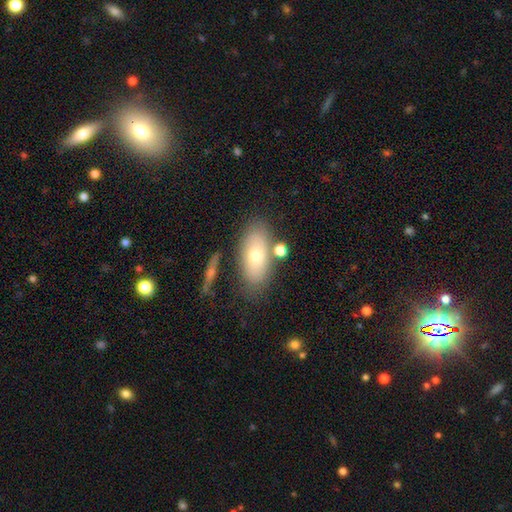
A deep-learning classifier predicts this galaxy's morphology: smooth 67%, featured or disk 24%, star or artifact 8%. Down the decision tree: how rounded — in between (87%); merging — none (73%).